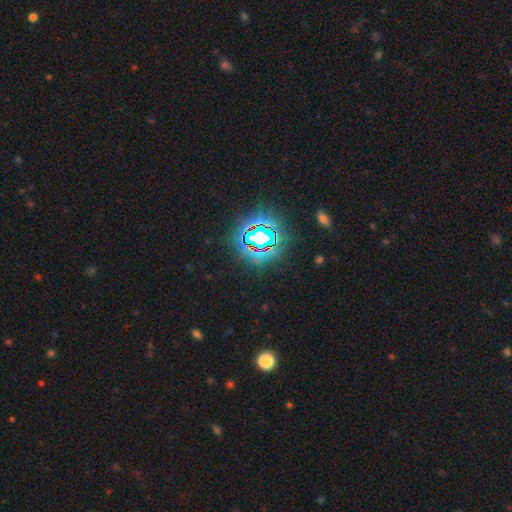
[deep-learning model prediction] Morphology: type=star or artifact (80%).